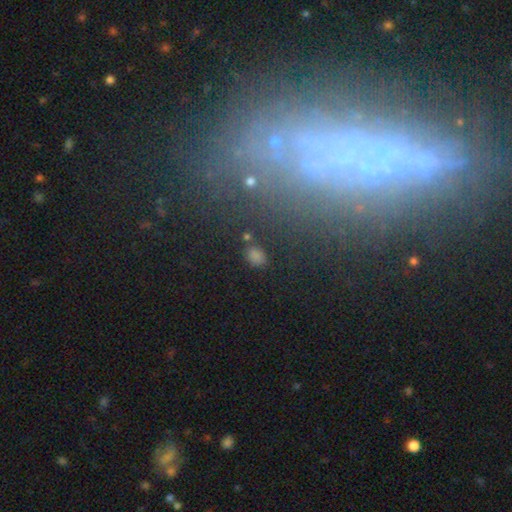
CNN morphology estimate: Smooth or featured?
  - smooth: 72% *
  - star or artifact: 21%
  - featured or disk: 7%
How rounded?
  - in between: 68% *
  - round: 30%
  - cigar-shaped: 2%
Merging?
  - none: 75% *
  - minor disturbance: 15%
  - major disturbance: 6%
  - merger: 5%